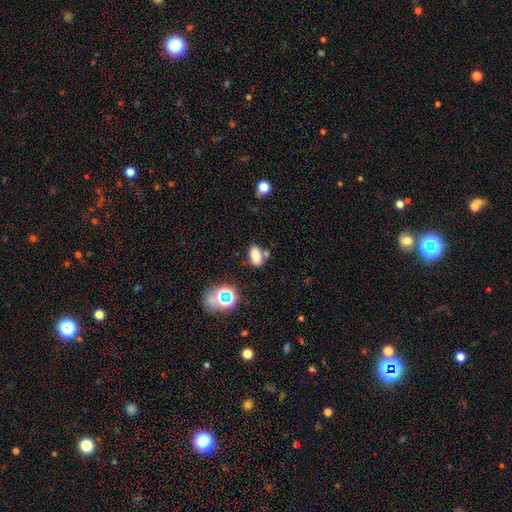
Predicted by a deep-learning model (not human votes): smooth-or-featured: smooth: 77% | star or artifact: 15% | featured or disk: 8%
  how-rounded: in between: 88% | round: 8% | cigar-shaped: 4%
  merging: none: 65% | minor disturbance: 15% | merger: 15% | major disturbance: 5%